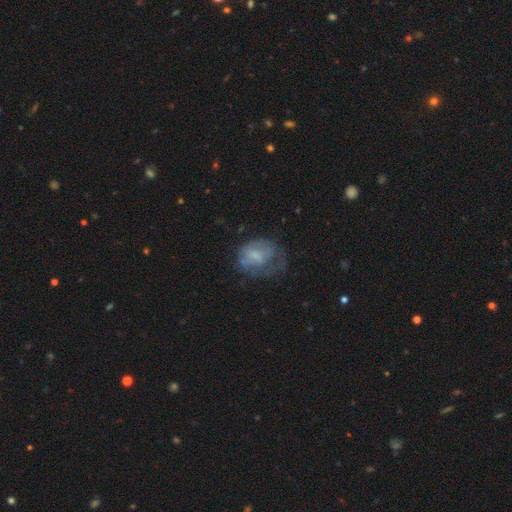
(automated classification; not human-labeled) Smooth or featured? Predicted: smooth (p=0.48). Merging? Predicted: none (p=0.37).